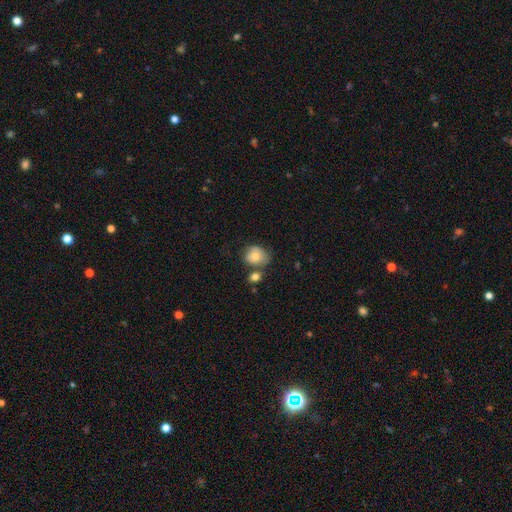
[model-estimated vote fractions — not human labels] This is likely a smooth galaxy (77%). How rounded: likely round (65%). Merging: possibly none (53%).